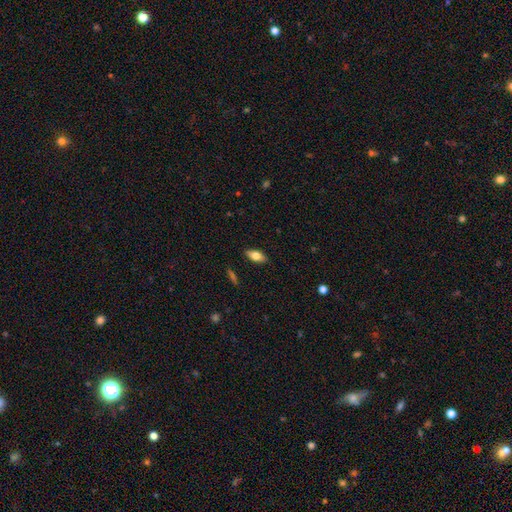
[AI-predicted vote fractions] A smooth galaxy with no disk features (72%) that is in between round and cigar-shaped (83%).

Vote fractions:
- Smooth or featured? smooth: 72% / featured or disk: 21% / star or artifact: 7%
- How rounded? in between: 83% / cigar-shaped: 14% / round: 3%
- Merging? none: 87% / minor disturbance: 10% / major disturbance: 2% / merger: 1%